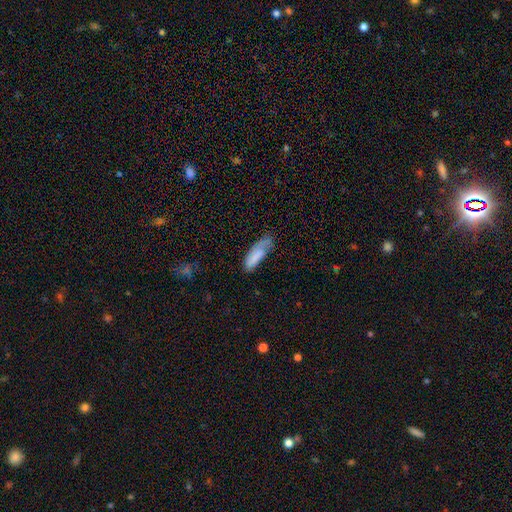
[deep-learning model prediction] The model was most divided on "merging": none: 43%, minor disturbance: 33%, major disturbance: 20%, merger: 4%. More confident: smooth or featured — smooth (75%); how rounded — in between (61%).